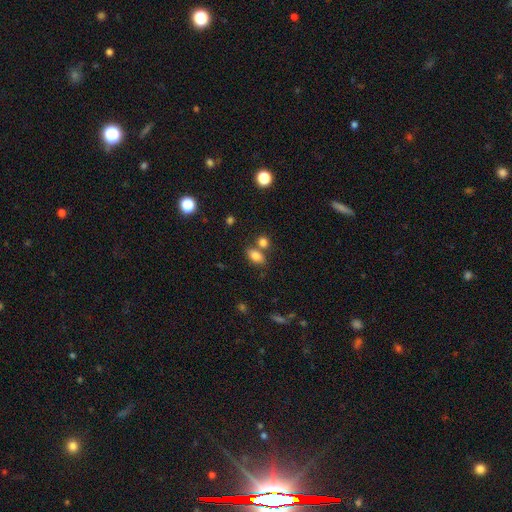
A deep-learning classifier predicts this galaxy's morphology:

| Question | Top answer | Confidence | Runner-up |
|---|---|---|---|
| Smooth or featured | smooth | 82% | star or artifact (10%) |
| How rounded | in between | 84% | round (13%) |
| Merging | none | 61% | merger (25%) |